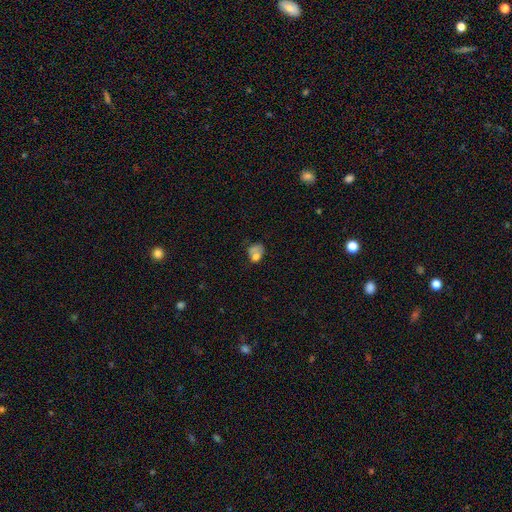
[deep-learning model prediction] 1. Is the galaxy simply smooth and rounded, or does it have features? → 64% smooth, 21% featured or disk, 14% star or artifact.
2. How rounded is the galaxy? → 55% in between, 44% round, 1% cigar-shaped.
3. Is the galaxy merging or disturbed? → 28% none, 27% major disturbance, 24% minor disturbance, 20% merger.